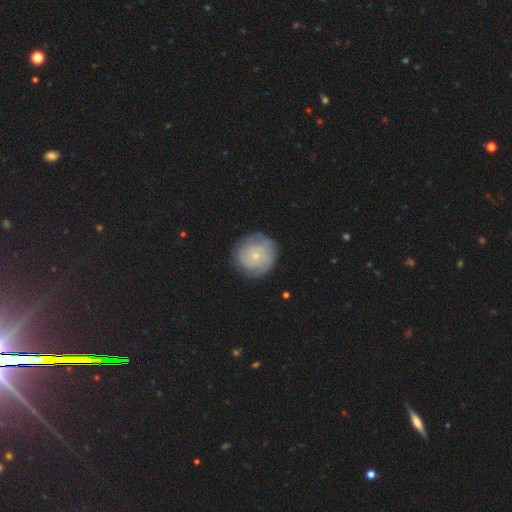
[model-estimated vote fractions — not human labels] smooth-or-featured: featured or disk: 60% | smooth: 33% | star or artifact: 7%
  disk-edge-on: no: 98% | yes: 2%
    bar: no: 82% | weak: 16% | strong: 2%
    has-spiral-arms: yes: 86% | no: 14%
      spiral-winding: tight: 66% | medium: 25% | loose: 9%
      spiral-arm-count: can't tell: 41% | 2: 20% | 3: 18% | 4: 9% | 1: 6% | more than 4: 5%
    bulge-size: small: 79% | moderate: 17% | none: 2% | large: 1% | dominant: 1%
  merging: none: 80% | minor disturbance: 14% | major disturbance: 5% | merger: 1%